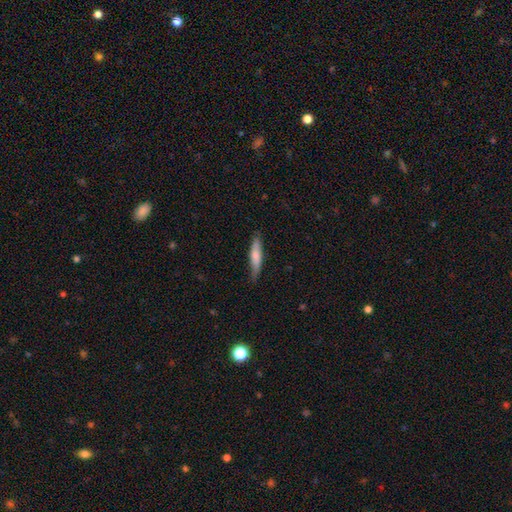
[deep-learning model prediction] Morphology: type=smooth (70%); roundness=cigar-shaped (83%); merging=none (76%).